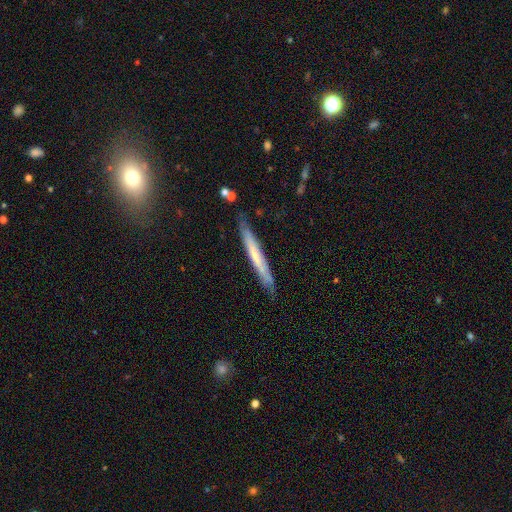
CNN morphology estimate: featured or disk 48%, smooth 46%, star or artifact 6%. Down the decision tree: merging — none (81%).